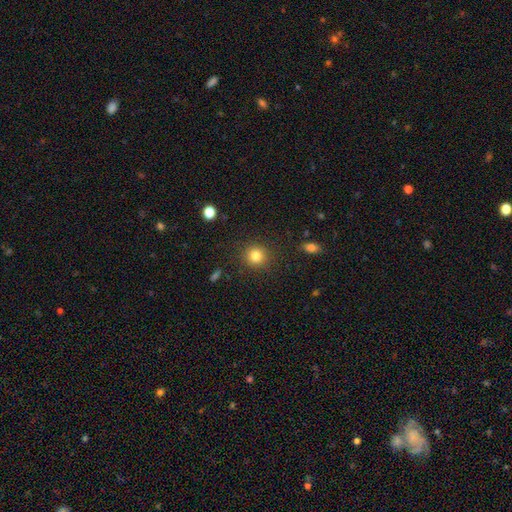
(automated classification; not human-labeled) Q: Smooth or featured?
A: smooth (83%); runner-up: star or artifact (11%)
Q: How rounded?
A: round (91%); runner-up: in between (8%)
Q: Merging?
A: none (89%); runner-up: minor disturbance (7%)